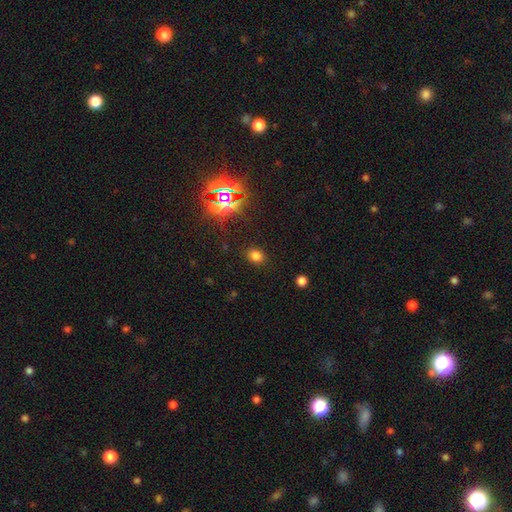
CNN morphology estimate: Smooth or featured? Predicted: smooth (p=0.72). How rounded? Predicted: in between (p=0.50). Merging? Predicted: none (p=0.86).